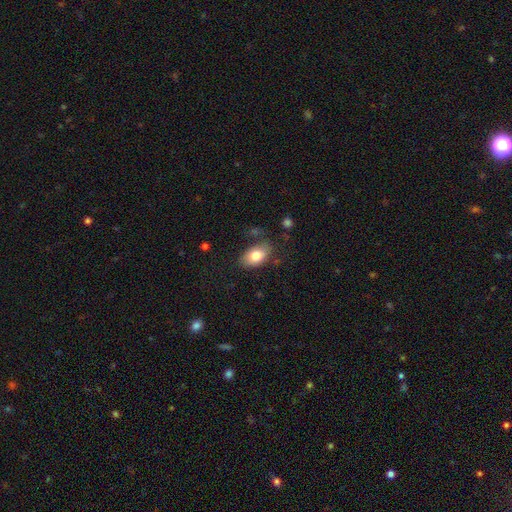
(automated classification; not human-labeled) smooth-or-featured: smooth: 80% | featured or disk: 13% | star or artifact: 7%
  how-rounded: in between: 90% | round: 8% | cigar-shaped: 1%
  merging: none: 72% | minor disturbance: 19% | major disturbance: 6% | merger: 3%